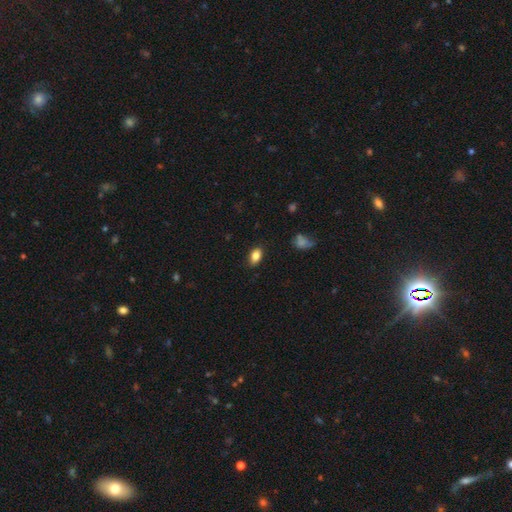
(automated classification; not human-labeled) This is clearly a smooth galaxy (84%). How rounded: clearly in between (88%). Merging: clearly none (84%).